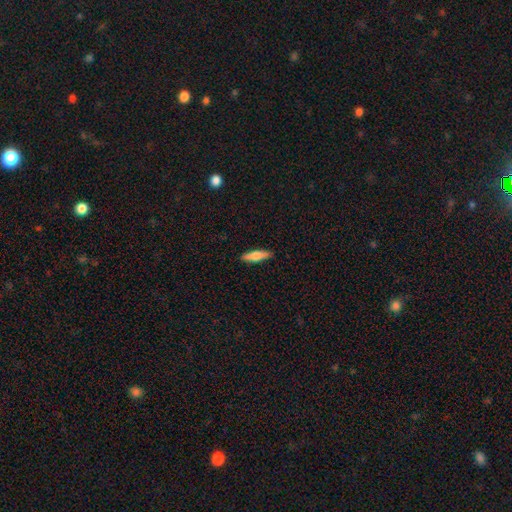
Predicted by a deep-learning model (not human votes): A smooth galaxy with no disk features (65%) that is cigar-shaped (71%).

Vote fractions:
- Smooth or featured? smooth: 65% / featured or disk: 30% / star or artifact: 6%
- How rounded? cigar-shaped: 71% / in between: 27% / round: 2%
- Merging? none: 90% / minor disturbance: 8% / major disturbance: 2% / merger: 1%